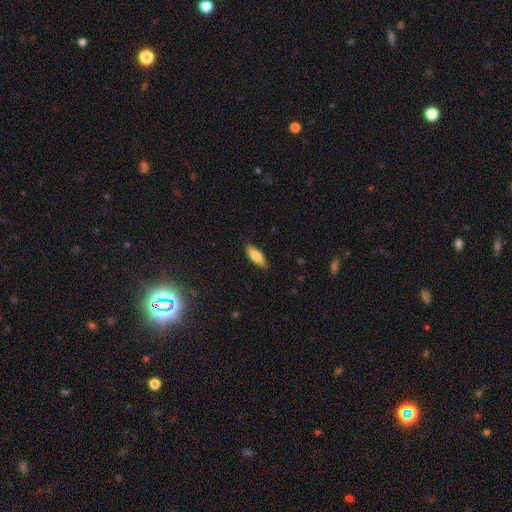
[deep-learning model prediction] The model was most divided on "how rounded": in between: 57%, cigar-shaped: 41%, round: 2%. More confident: merging — none (86%); smooth or featured — smooth (74%).